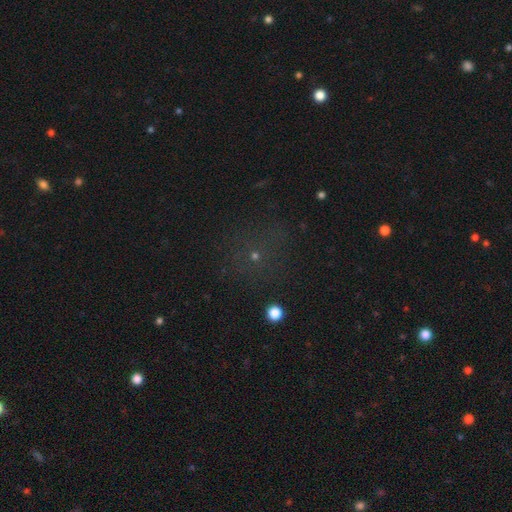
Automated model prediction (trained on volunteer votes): This appears to be a star or artifact, not a galaxy (47%).